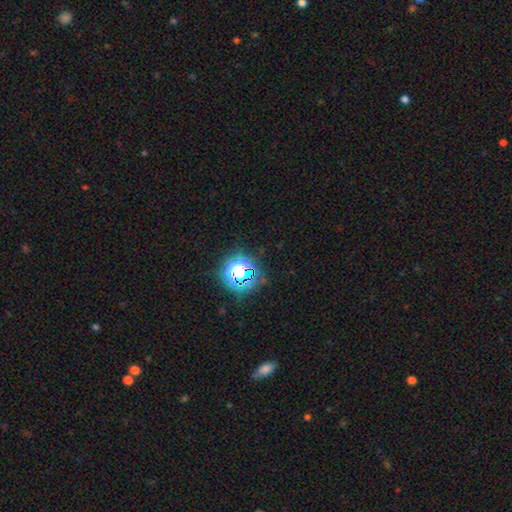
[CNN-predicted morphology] smooth_or_featured: star or artifact (p=0.75) [alt: smooth p=0.17]